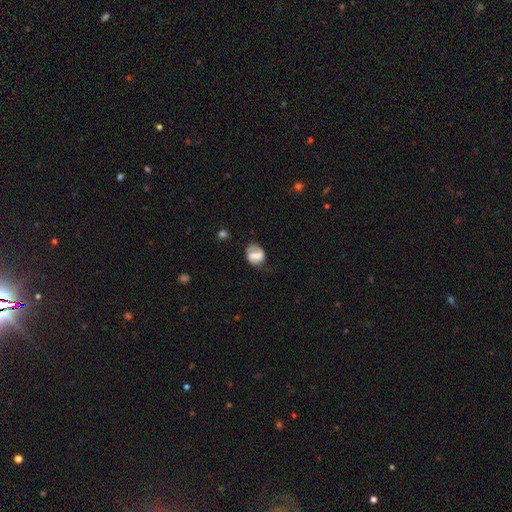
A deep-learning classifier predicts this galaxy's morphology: Overall: smooth (50%; featured or disk 41%). How rounded: in between (50%; round 48%). Merging: none (52%; minor disturbance 28%).